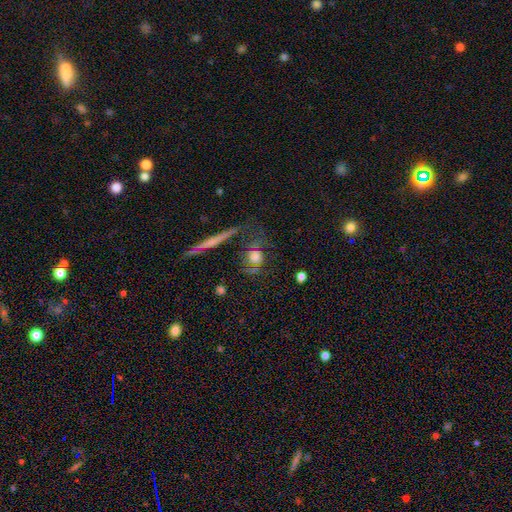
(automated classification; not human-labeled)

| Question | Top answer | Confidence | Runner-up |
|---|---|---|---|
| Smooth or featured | smooth | 52% | featured or disk (30%) |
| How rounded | round | 67% | in between (22%) |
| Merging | none | 62% | minor disturbance (17%) |